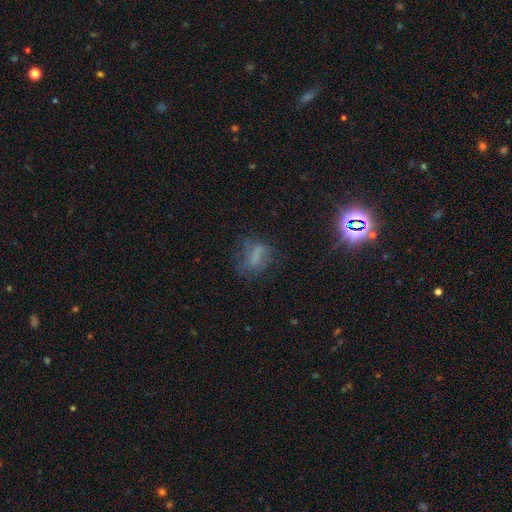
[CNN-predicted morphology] smooth 47%, featured or disk 28%, star or artifact 24%. Down the decision tree: merging — none (48%).